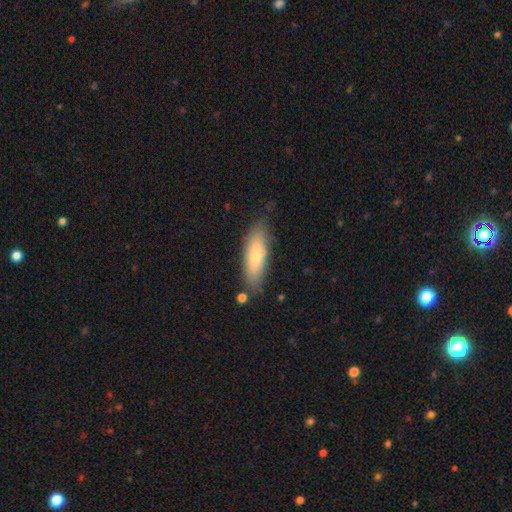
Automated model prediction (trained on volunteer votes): Overall: smooth (72%). How rounded: in between (55%; cigar-shaped 43%). Merging: none (78%).